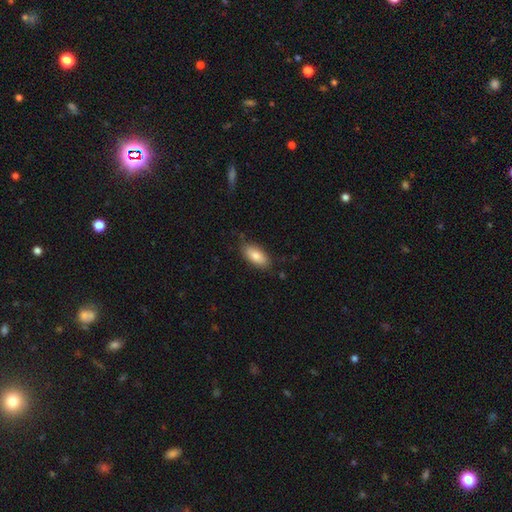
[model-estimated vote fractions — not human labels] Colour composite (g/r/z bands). It shows a smooth galaxy with no disk features (81%) that is in between round and cigar-shaped (88%). Merging: none (80%).